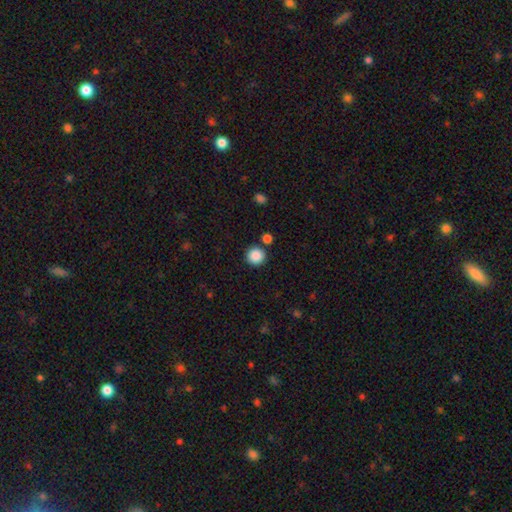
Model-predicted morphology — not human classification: smooth-or-featured: smooth: 88% | star or artifact: 9% | featured or disk: 3%
  how-rounded: round: 95% | in between: 4% | cigar-shaped: 1%
  merging: none: 87% | minor disturbance: 6% | merger: 5% | major disturbance: 2%